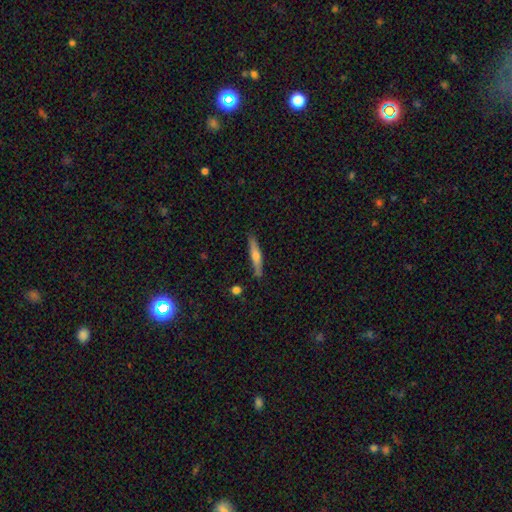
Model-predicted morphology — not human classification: The model was most divided on "smooth or featured": smooth: 49%, featured or disk: 45%, star or artifact: 6%. More confident: merging — none (86%).